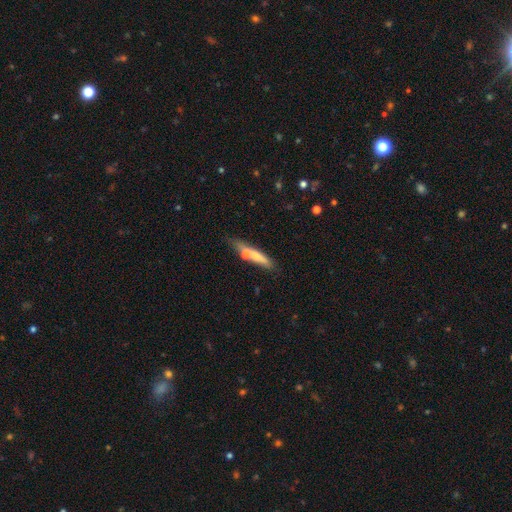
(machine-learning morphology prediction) This appears to be a smooth galaxy with no disk features (54%) that is cigar-shaped (81%). Merging: none (56%).